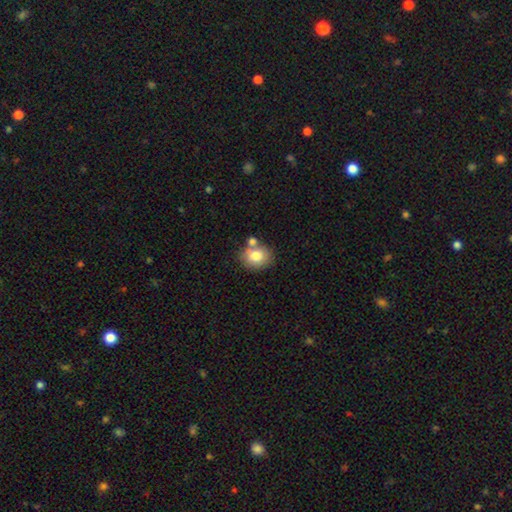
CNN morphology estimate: This is likely a smooth galaxy (78%). How rounded: possibly round (59%). Merging: likely none (63%).